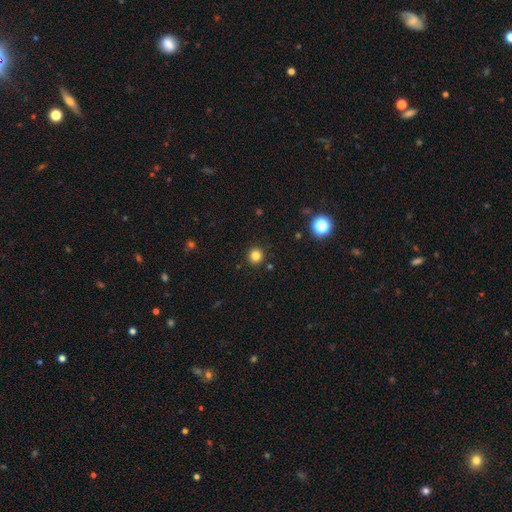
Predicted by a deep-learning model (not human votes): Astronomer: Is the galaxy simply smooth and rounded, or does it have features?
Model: smooth — 82%.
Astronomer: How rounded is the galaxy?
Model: round — 93%.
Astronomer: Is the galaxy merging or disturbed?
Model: none — 91%.